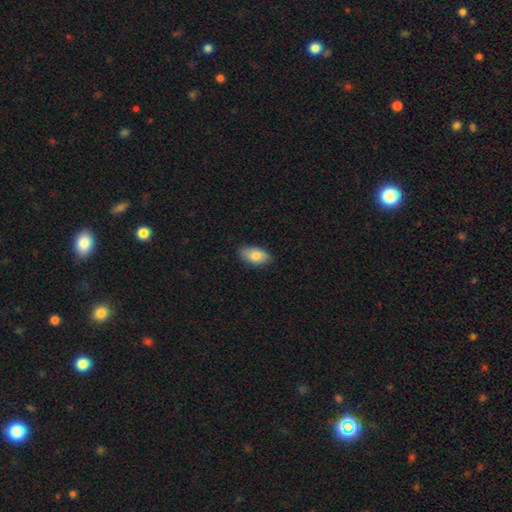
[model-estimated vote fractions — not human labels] smooth-or-featured: smooth: 80% | featured or disk: 14% | star or artifact: 7%
  how-rounded: in between: 92% | round: 5% | cigar-shaped: 3%
  merging: none: 83% | minor disturbance: 14% | major disturbance: 2% | merger: 1%